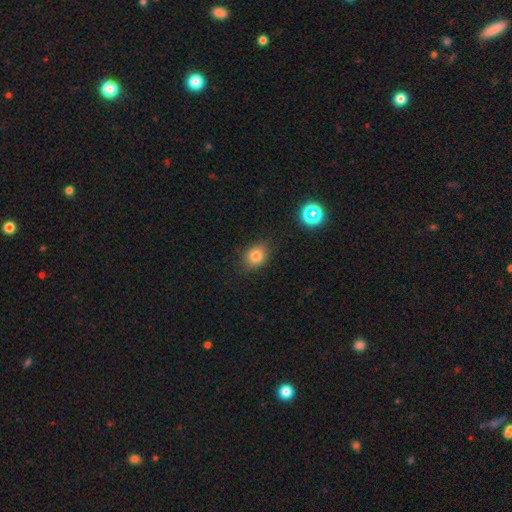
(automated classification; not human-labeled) A smooth galaxy with no disk features (79%) that is round (52%). Merging: none (81%).